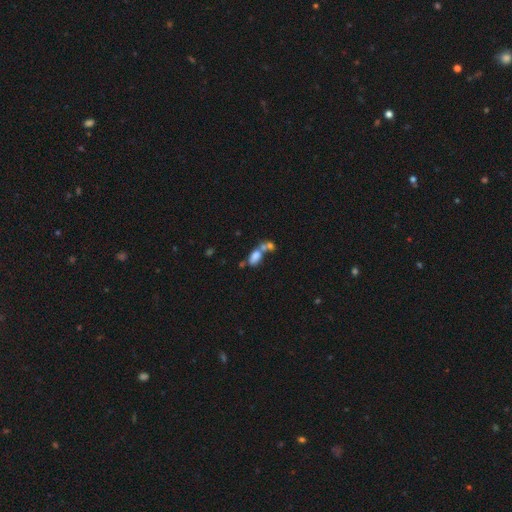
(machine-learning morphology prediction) smooth-or-featured: smooth: 71% | featured or disk: 17% | star or artifact: 11%
  how-rounded: in between: 85% | round: 9% | cigar-shaped: 6%
  merging: merger: 56% | none: 26% | minor disturbance: 10% | major disturbance: 8%